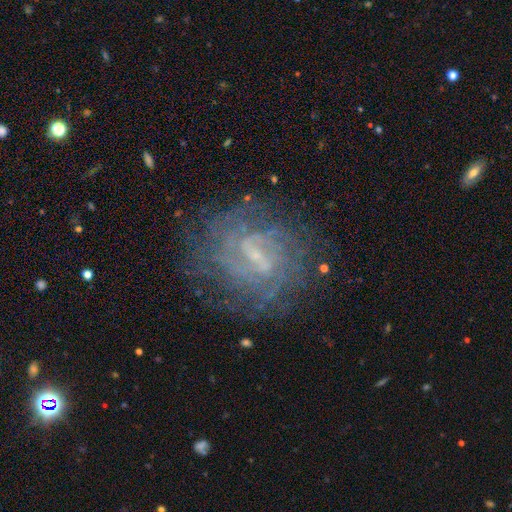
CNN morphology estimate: This appears to be a featured or disk galaxy (82%) with a weak bar (55%), tight (56%) spiral arms (88%) and a small central bulge (66%). Merging: none (75%).